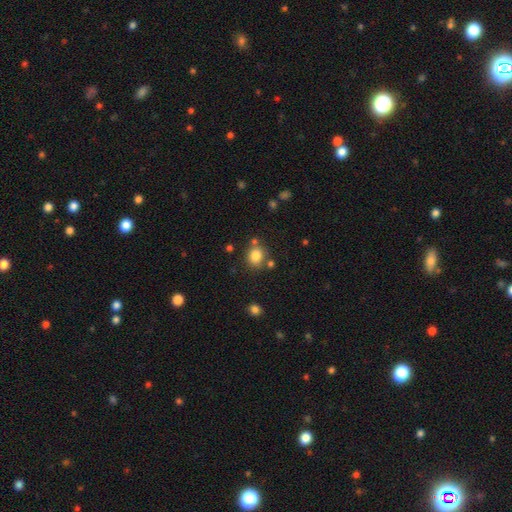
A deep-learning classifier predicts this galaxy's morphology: Smooth or featured?
  - smooth: 83% *
  - star or artifact: 11%
  - featured or disk: 6%
How rounded?
  - round: 69% *
  - in between: 30%
  - cigar-shaped: 1%
Merging?
  - none: 72% *
  - minor disturbance: 12%
  - merger: 11%
  - major disturbance: 4%